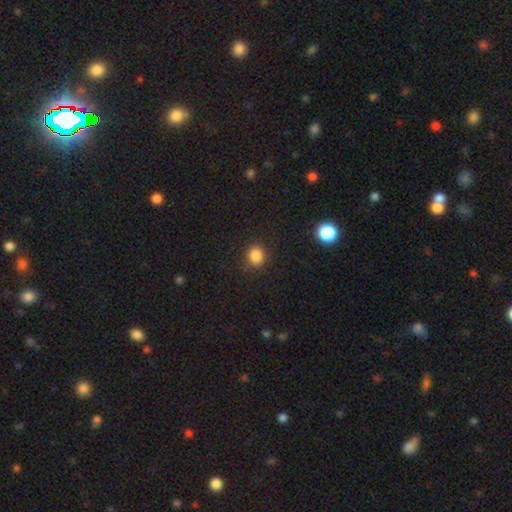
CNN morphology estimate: Smooth or featured? Predicted: smooth (p=0.85). How rounded? Predicted: round (p=0.77). Merging? Predicted: none (p=0.86).